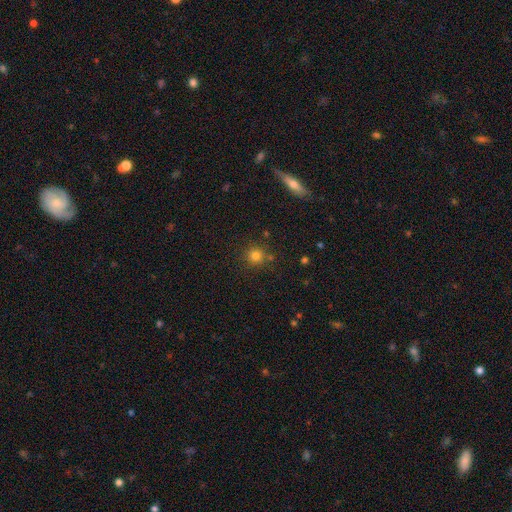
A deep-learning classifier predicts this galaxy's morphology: Smooth or featured: smooth — 80% (star or artifact — 15%)
How rounded: round — 92% (in between — 7%)
Merging: none — 83% (minor disturbance — 9%)